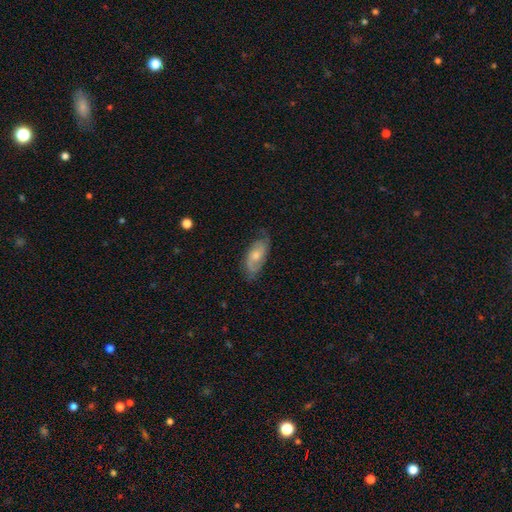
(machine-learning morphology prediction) The model was most divided on "spiral winding": medium: 45%, tight: 32%, loose: 24%. More confident: edge-on disk — no (92%); spiral arms — yes (89%); merging — none (69%); spiral arm count — 2 (68%); bar — no (66%); smooth or featured — featured or disk (63%); bulge size — moderate (52%).